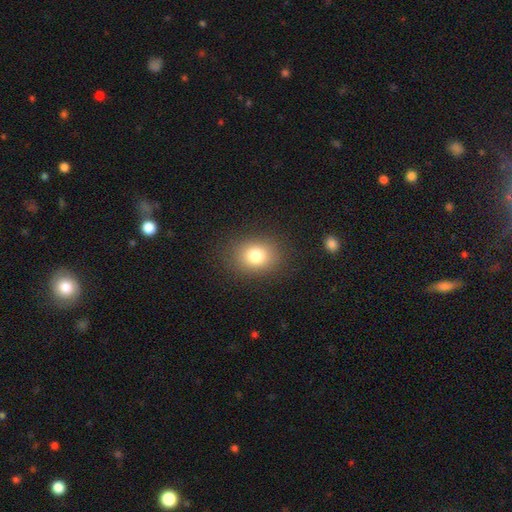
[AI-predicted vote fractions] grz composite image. It shows a smooth galaxy with no disk features (80%) that is in between round and cigar-shaped (50%). Merging: none (87%).